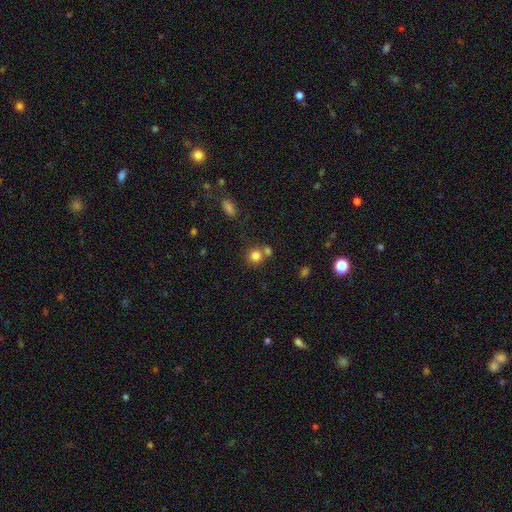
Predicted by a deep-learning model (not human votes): Smooth or featured? smooth (81%)
How rounded? round (86%)
Merging? none (60%)